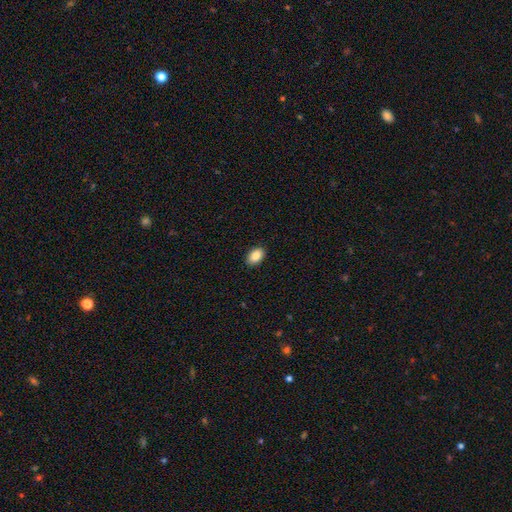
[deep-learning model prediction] Smooth or featured? smooth (86%)
How rounded? in between (90%)
Merging? none (90%)